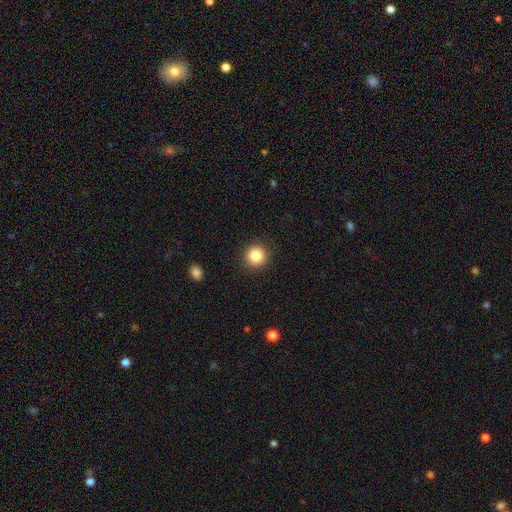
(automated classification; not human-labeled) smooth_or_featured: smooth (p=0.84) [alt: star or artifact p=0.10]
how_rounded: round (p=0.94) [alt: in between p=0.05]
merging: none (p=0.91) [alt: minor disturbance p=0.06]